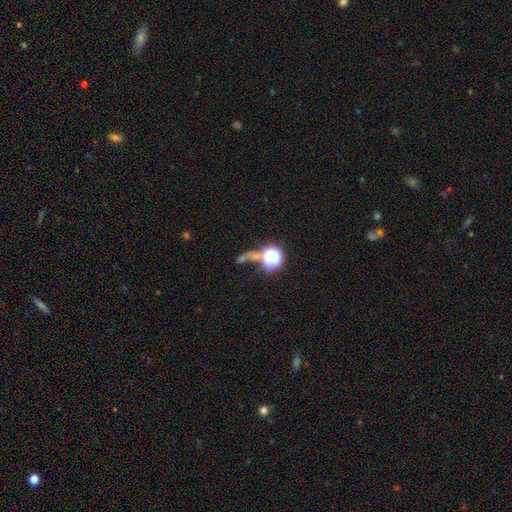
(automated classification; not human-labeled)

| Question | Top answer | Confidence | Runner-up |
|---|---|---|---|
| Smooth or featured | star or artifact | 59% | smooth (27%) |